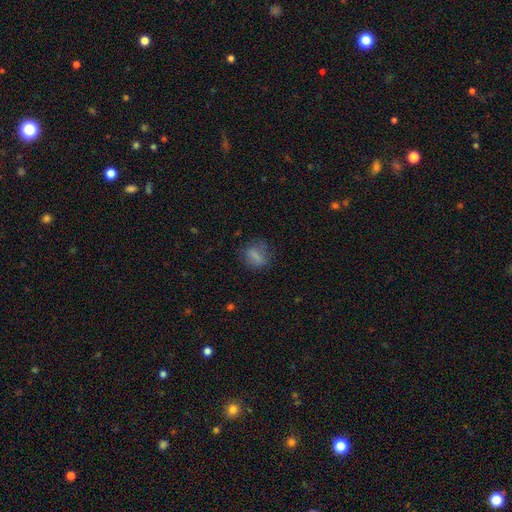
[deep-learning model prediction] smooth 76%, featured or disk 13%, star or artifact 11%. Down the decision tree: how rounded — in between (52%); merging — none (69%).